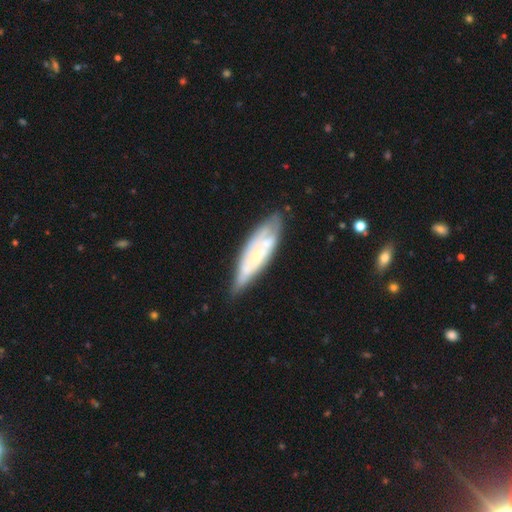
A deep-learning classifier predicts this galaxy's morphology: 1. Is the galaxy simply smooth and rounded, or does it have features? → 57% featured or disk, 36% smooth, 7% star or artifact.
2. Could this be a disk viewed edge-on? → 68% no, 32% yes.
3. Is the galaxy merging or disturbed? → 59% none, 27% minor disturbance, 8% major disturbance, 6% merger.